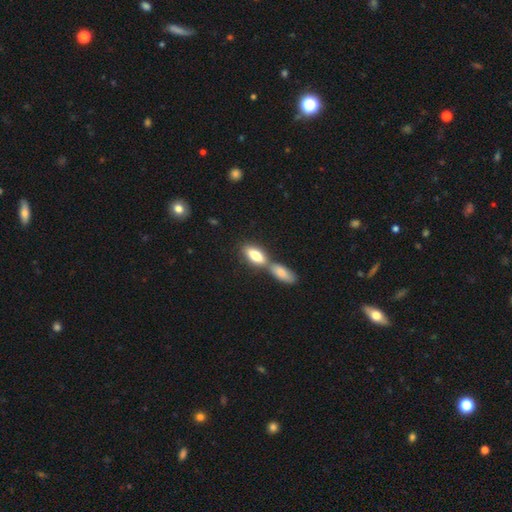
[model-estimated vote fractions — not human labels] Morphology: type=smooth (77%); roundness=in between (81%); merging=merger (53%).